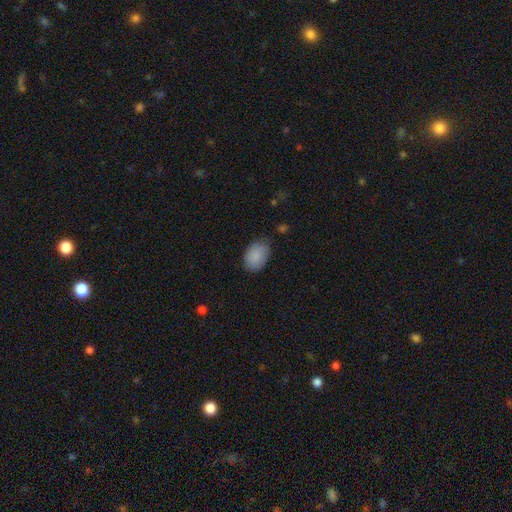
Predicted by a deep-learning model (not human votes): smooth-or-featured: smooth: 87% | featured or disk: 7% | star or artifact: 7%
  how-rounded: in between: 80% | round: 19% | cigar-shaped: 1%
  merging: none: 70% | minor disturbance: 23% | major disturbance: 5% | merger: 2%